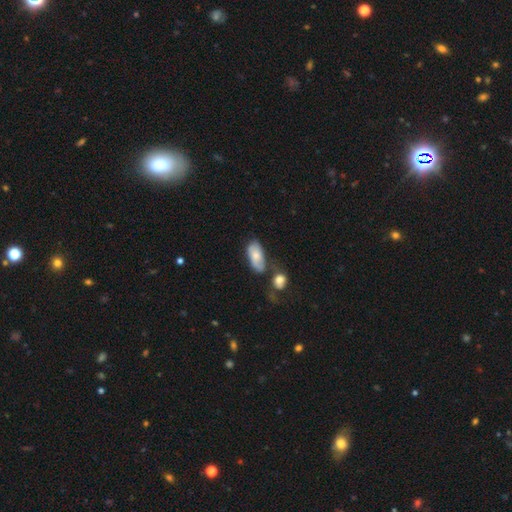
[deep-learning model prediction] smooth_or_featured: smooth (p=0.66) [alt: featured or disk p=0.27]
how_rounded: in between (p=0.91) [alt: cigar-shaped p=0.05]
merging: none (p=0.41) [alt: minor disturbance p=0.24]